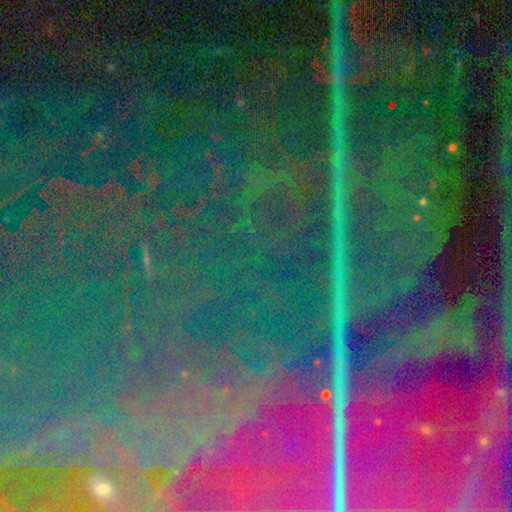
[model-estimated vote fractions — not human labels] A star or artifact, not a galaxy (87%).